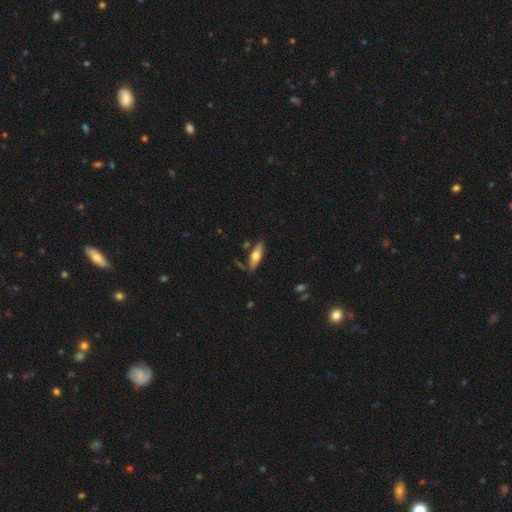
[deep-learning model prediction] This appears to be a smooth galaxy with no disk features (53%) that is in between round and cigar-shaped (54%). Merging: none (77%).